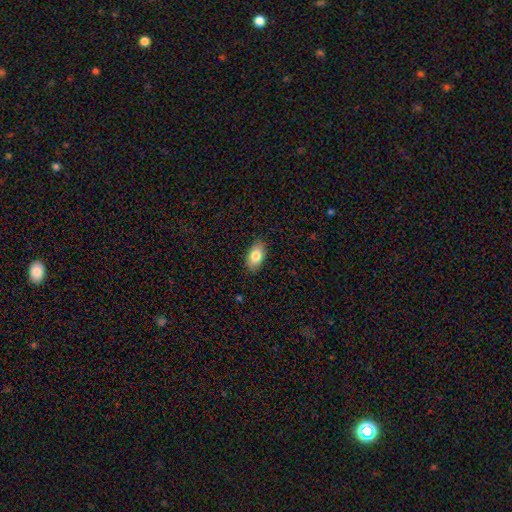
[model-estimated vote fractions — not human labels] Smooth or featured: smooth — 82% (featured or disk — 11%)
How rounded: in between — 93% (round — 5%)
Merging: none — 87% (minor disturbance — 10%)